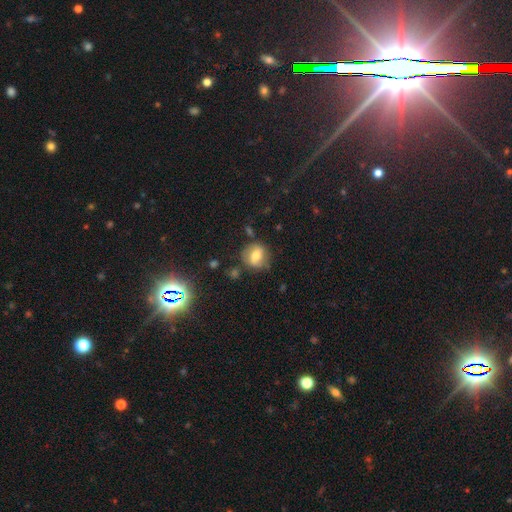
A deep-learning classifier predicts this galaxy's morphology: Smooth or featured? Predicted: smooth (p=0.63). How rounded? Predicted: round (p=0.70). Merging? Predicted: none (p=0.69).